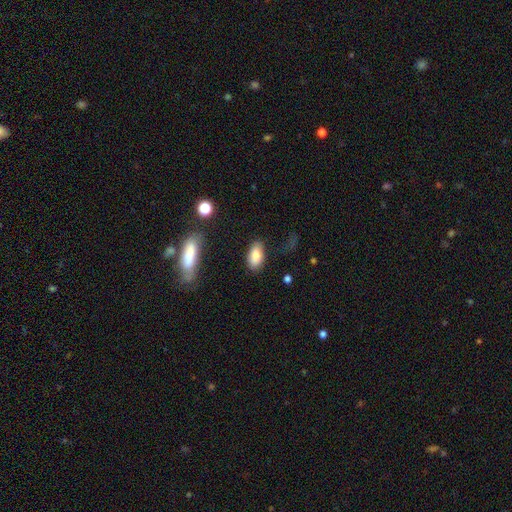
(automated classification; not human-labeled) A smooth galaxy with no disk features (83%) that is in between round and cigar-shaped (90%). Merging: none (81%).